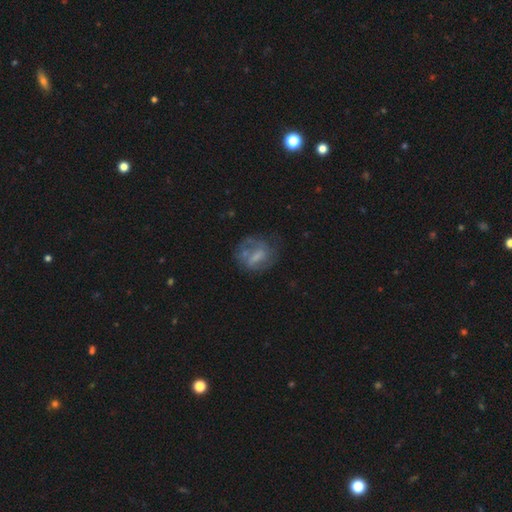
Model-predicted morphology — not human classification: type=featured or disk (52%); edge-on=no (96%); bar=weak (43%); spiral arms=yes (50%, tied with no); bulge=none (35%); merging=none (49%).